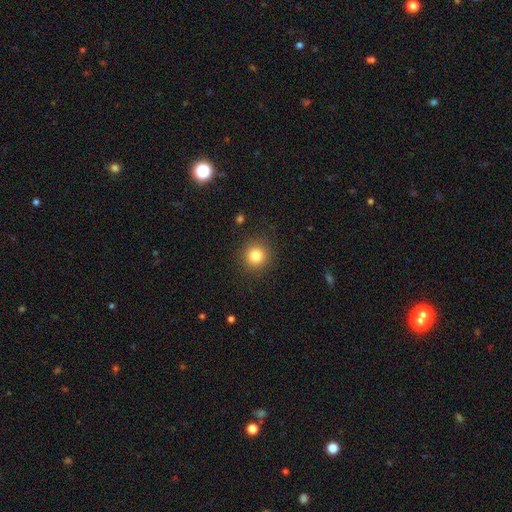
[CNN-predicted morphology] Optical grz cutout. It shows a smooth galaxy with no disk features (82%) that is round (94%). Merging: none (90%).